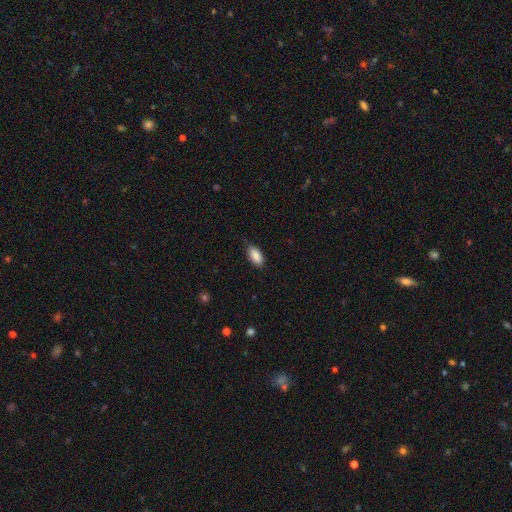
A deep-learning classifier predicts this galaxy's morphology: smooth-or-featured: smooth: 89% | star or artifact: 7% | featured or disk: 4%
  how-rounded: in between: 91% | cigar-shaped: 6% | round: 2%
  merging: none: 80% | minor disturbance: 16% | major disturbance: 3% | merger: 1%